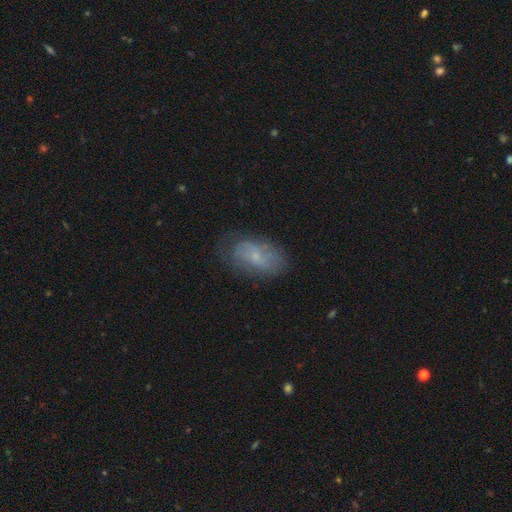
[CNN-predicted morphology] Smooth or featured? Predicted: featured or disk (p=0.46). Merging? Predicted: none (p=0.64).